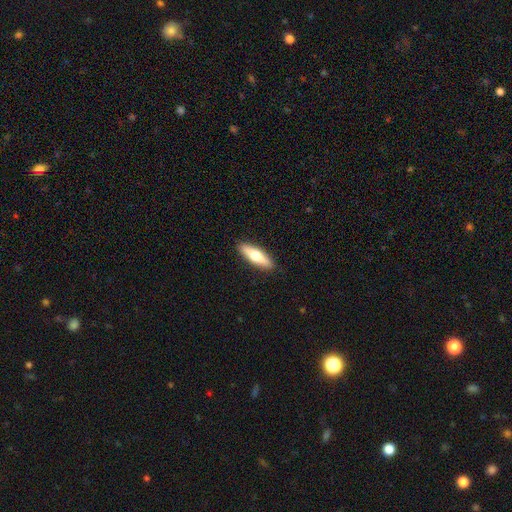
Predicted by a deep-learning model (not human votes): This is possibly a smooth galaxy (58%). How rounded: possibly cigar-shaped (58%). Merging: clearly none (91%).